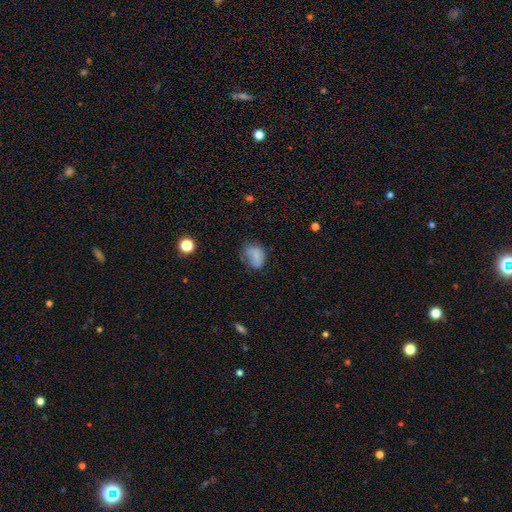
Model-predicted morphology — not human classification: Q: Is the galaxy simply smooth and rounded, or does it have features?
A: smooth — 75%.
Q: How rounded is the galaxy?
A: in between — 66%.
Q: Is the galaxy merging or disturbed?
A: none — 51%.